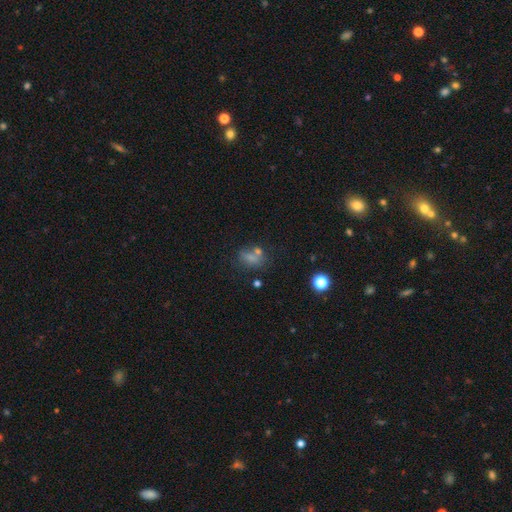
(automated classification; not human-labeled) smooth_or_featured: smooth (p=0.61) [alt: star or artifact p=0.23]
how_rounded: in between (p=0.62) [alt: round p=0.33]
merging: none (p=0.50) [alt: merger p=0.22]